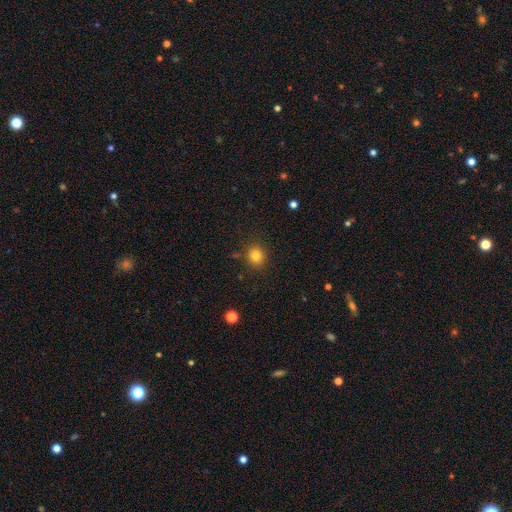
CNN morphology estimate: Smooth or featured?
  - smooth: 82% *
  - star or artifact: 13%
  - featured or disk: 6%
How rounded?
  - round: 85% *
  - in between: 14%
  - cigar-shaped: 1%
Merging?
  - none: 88% *
  - minor disturbance: 8%
  - major disturbance: 3%
  - merger: 2%